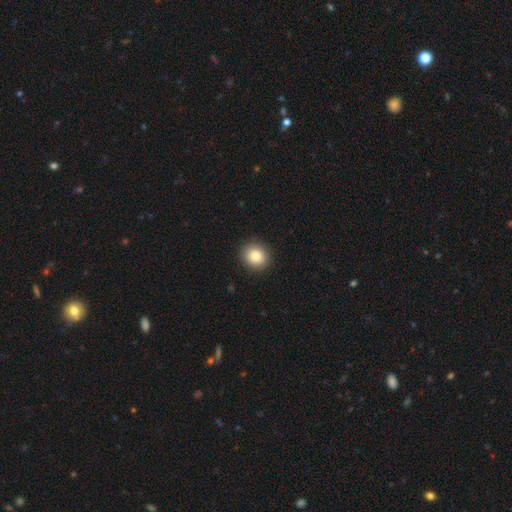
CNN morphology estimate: smooth_or_featured: smooth (p=0.83) [alt: star or artifact p=0.09]
how_rounded: round (p=0.82) [alt: in between p=0.17]
merging: none (p=0.90) [alt: minor disturbance p=0.07]